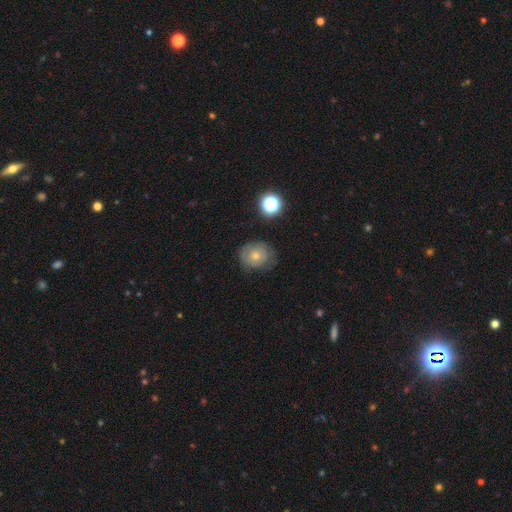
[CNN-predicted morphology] Smooth or featured? Predicted: smooth (p=0.55). How rounded? Predicted: round (p=0.71). Merging? Predicted: none (p=0.68).